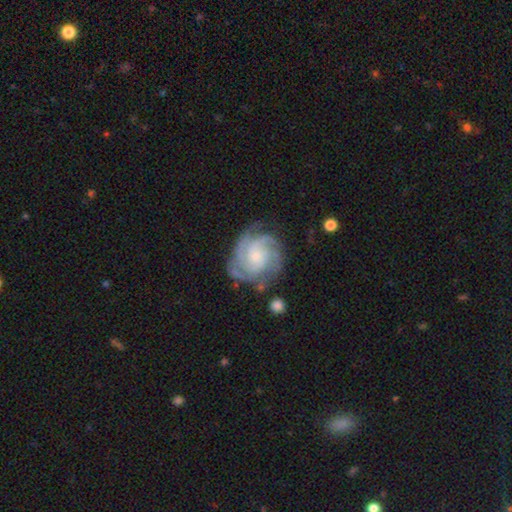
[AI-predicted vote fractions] Overall: featured or disk (88%). Edge-on disk: no (98%). Bar: no (69%). Spiral arms: yes (98%). Spiral arm count: 3 (40%; 4 22%). Spiral winding: tight (67%; medium 28%). Bulge size: small (58%; moderate 31%). Merging: none (74%).